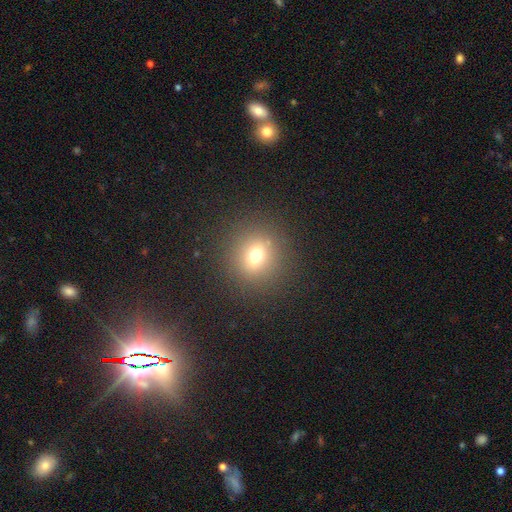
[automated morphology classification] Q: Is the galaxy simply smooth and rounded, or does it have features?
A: smooth — 69%.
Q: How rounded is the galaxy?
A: round — 83%.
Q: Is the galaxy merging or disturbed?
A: none — 87%.